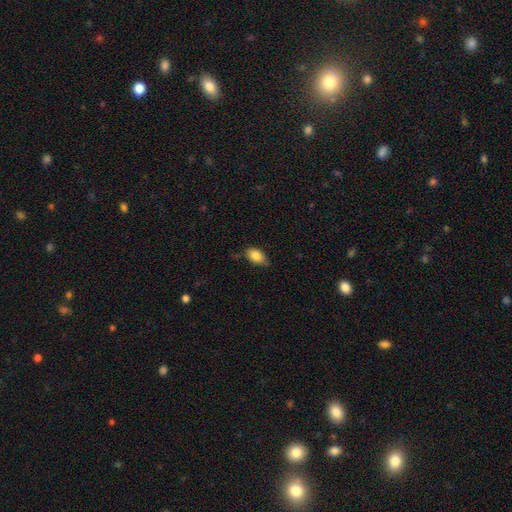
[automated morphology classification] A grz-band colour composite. It shows a smooth galaxy with no disk features (84%) that is in between round and cigar-shaped (90%). Merging: none (69%).